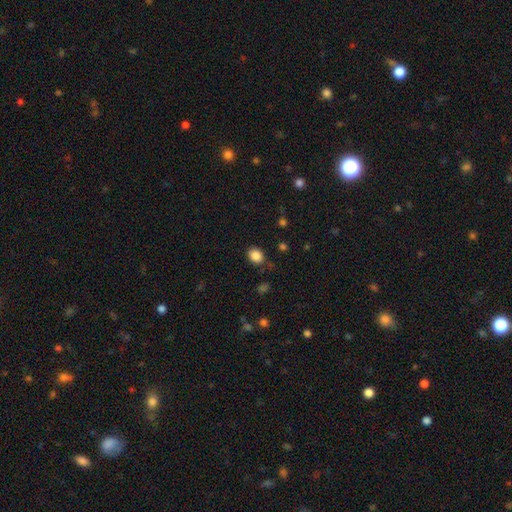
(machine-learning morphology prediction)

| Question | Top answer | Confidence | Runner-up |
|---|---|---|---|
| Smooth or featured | smooth | 86% | star or artifact (10%) |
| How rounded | round | 53% | in between (46%) |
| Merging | none | 82% | minor disturbance (13%) |